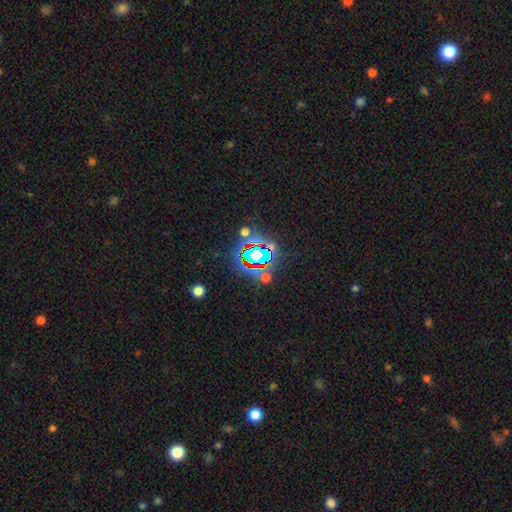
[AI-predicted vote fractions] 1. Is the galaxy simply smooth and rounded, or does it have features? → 69% star or artifact, 18% smooth, 13% featured or disk.